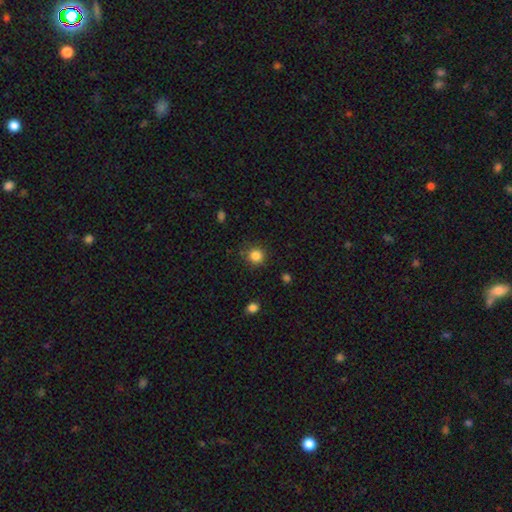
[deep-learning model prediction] Q: Smooth or featured?
A: smooth (84%); runner-up: star or artifact (12%)
Q: How rounded?
A: round (92%); runner-up: in between (7%)
Q: Merging?
A: none (86%); runner-up: minor disturbance (9%)